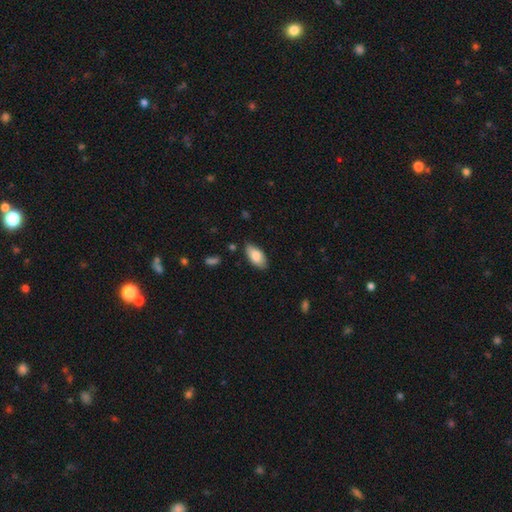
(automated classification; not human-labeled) Smooth or featured? smooth (83%)
How rounded? in between (92%)
Merging? none (82%)